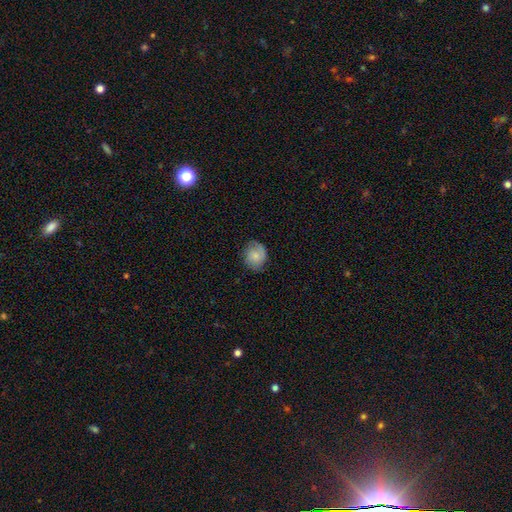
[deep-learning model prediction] A smooth galaxy with no disk features (63%) that is round (67%).

Vote fractions:
- Smooth or featured? smooth: 63% / featured or disk: 29% / star or artifact: 8%
- How rounded? round: 67% / in between: 32% / cigar-shaped: 1%
- Merging? none: 70% / minor disturbance: 22% / major disturbance: 7% / merger: 1%